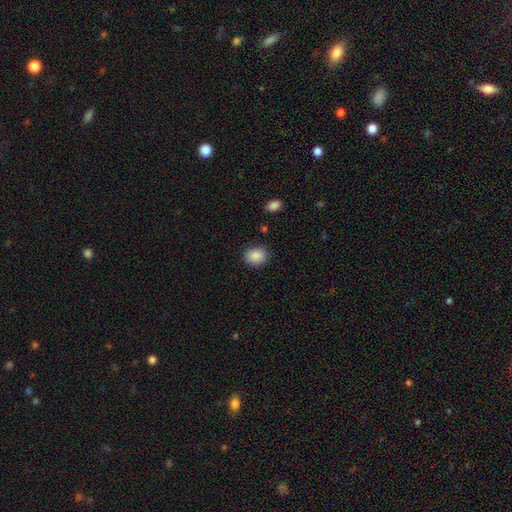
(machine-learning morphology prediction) A smooth galaxy with no disk features (88%) that is round (58%). Merging: none (86%).